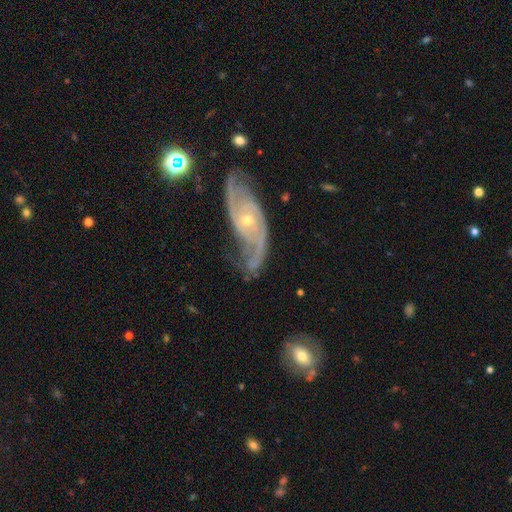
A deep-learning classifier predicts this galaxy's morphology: This appears to be a featured or disk galaxy (89%) with no bar (69%), 2 (70%) medium (44%) spiral arms (96%) and a small central bulge (66%). Merging: none (61%).